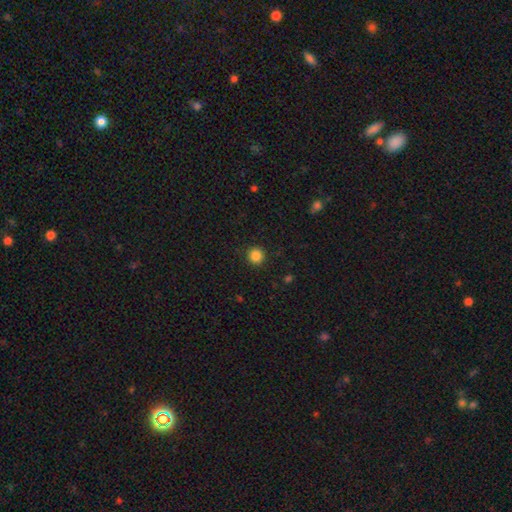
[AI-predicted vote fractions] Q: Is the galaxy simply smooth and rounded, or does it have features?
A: smooth — 86%.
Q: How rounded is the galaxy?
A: round — 94%.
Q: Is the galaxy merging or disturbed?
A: none — 92%.